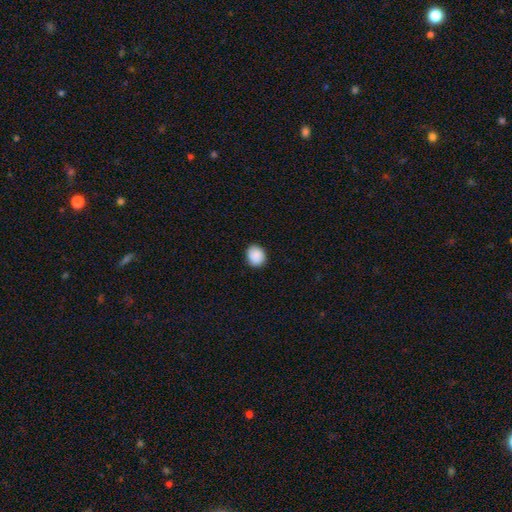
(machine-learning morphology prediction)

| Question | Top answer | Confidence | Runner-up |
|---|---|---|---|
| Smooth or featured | smooth | 89% | star or artifact (8%) |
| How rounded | round | 74% | in between (25%) |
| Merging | none | 88% | minor disturbance (9%) |